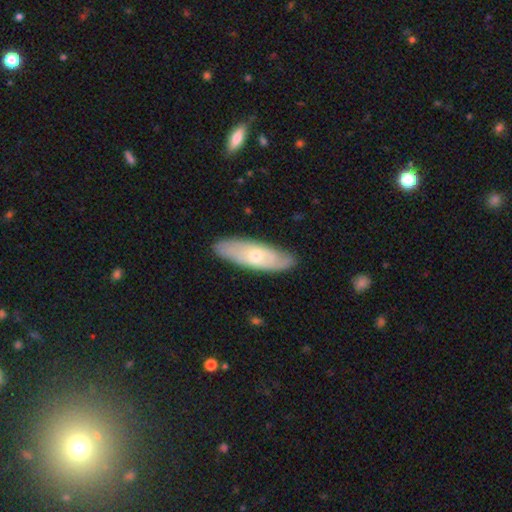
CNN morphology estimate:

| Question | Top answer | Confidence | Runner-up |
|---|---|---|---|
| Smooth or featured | featured or disk | 51% | smooth (43%) |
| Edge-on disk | no | 69% | yes (31%) |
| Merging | none | 82% | minor disturbance (14%) |